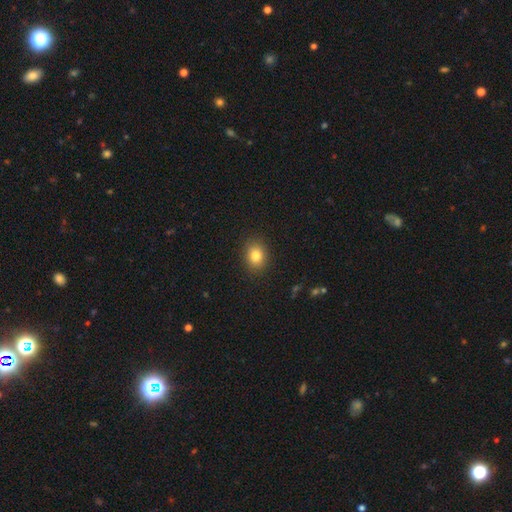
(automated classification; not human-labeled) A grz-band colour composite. It shows a smooth galaxy with no disk features (82%) that is round (52%). Merging: none (89%).